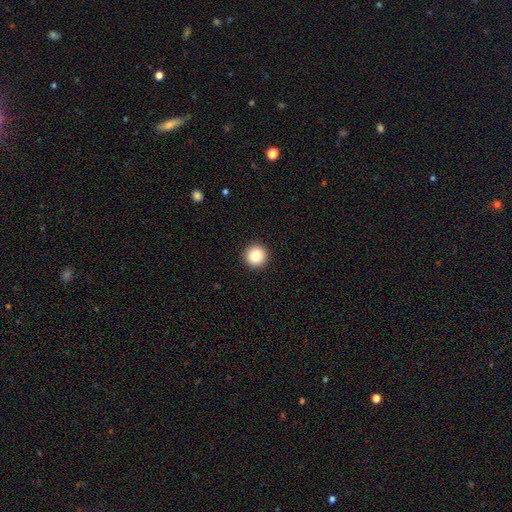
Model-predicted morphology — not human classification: This appears to be a smooth galaxy with no disk features (82%) that is round (96%). Merging: none (94%).